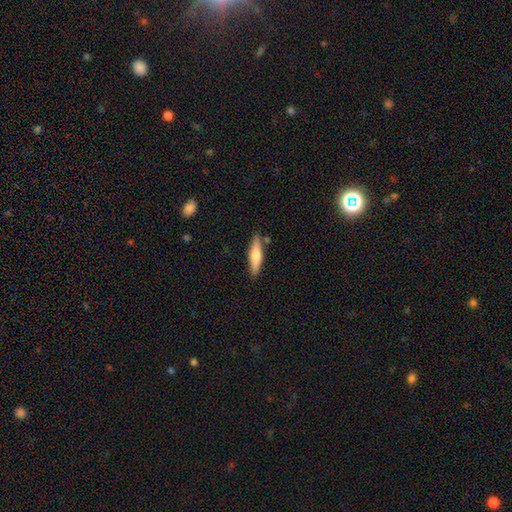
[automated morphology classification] Smooth or featured? Predicted: smooth (p=0.65). How rounded? Predicted: cigar-shaped (p=0.75). Merging? Predicted: none (p=0.81).